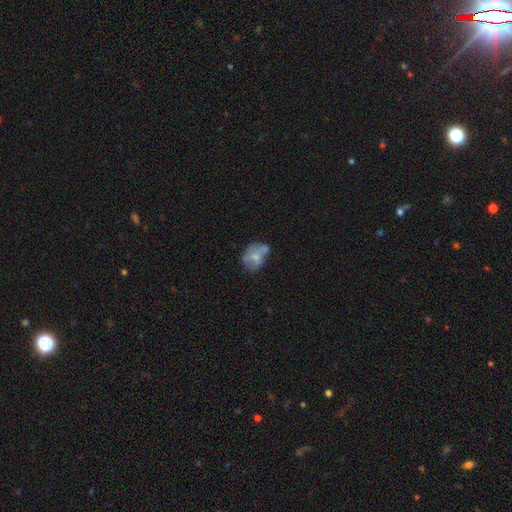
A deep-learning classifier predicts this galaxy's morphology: type=smooth (55%); roundness=in between (65%); merging=none (34%).